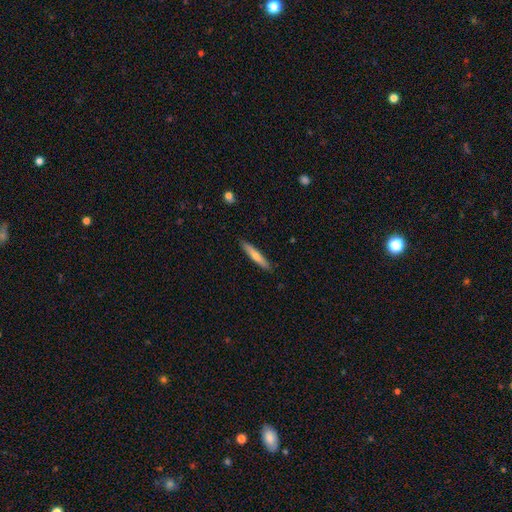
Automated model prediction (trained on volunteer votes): Smooth or featured?
  - smooth: 65% *
  - featured or disk: 29%
  - star or artifact: 6%
How rounded?
  - cigar-shaped: 91% *
  - in between: 8%
  - round: 1%
Merging?
  - none: 90% *
  - minor disturbance: 7%
  - major disturbance: 1%
  - merger: 1%